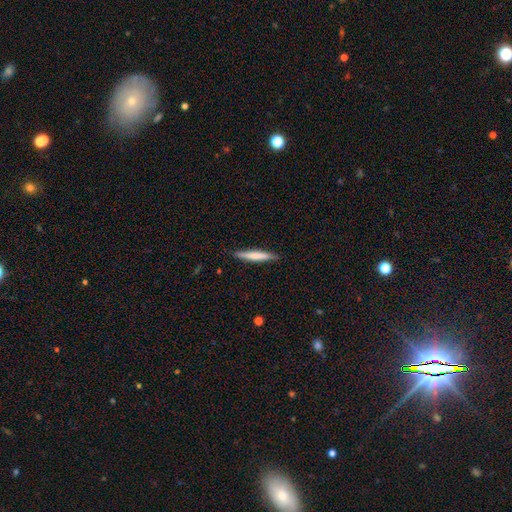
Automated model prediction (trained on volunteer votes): Smooth or featured? Predicted: smooth (p=0.67). How rounded? Predicted: cigar-shaped (p=0.94). Merging? Predicted: none (p=0.88).